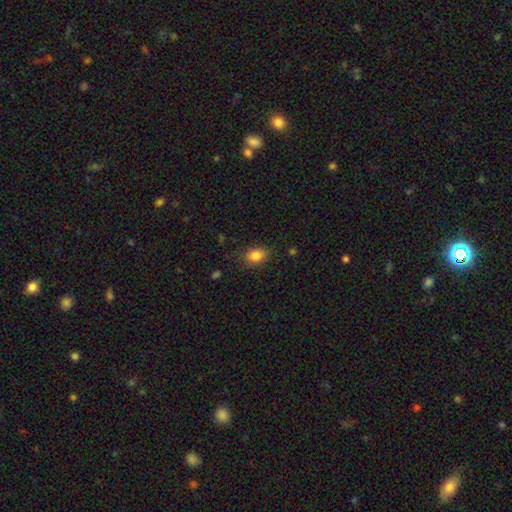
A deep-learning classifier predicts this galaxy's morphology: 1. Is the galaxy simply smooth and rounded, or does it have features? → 85% smooth, 9% star or artifact, 6% featured or disk.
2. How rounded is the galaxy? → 77% in between, 21% round, 2% cigar-shaped.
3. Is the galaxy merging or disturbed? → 79% none, 16% minor disturbance, 4% major disturbance, 1% merger.